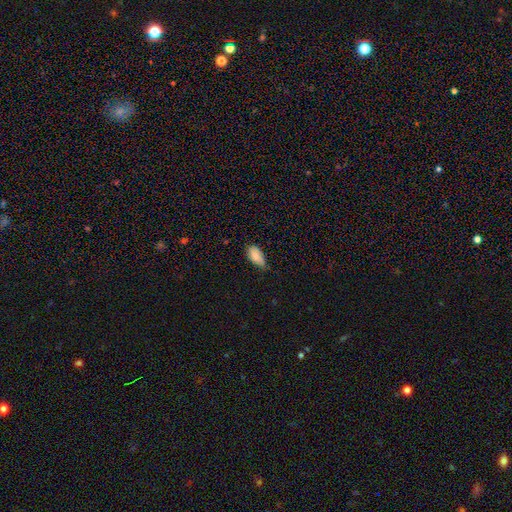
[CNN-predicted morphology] Overall: smooth (82%). How rounded: in between (93%). Merging: none (52%; minor disturbance 41%).